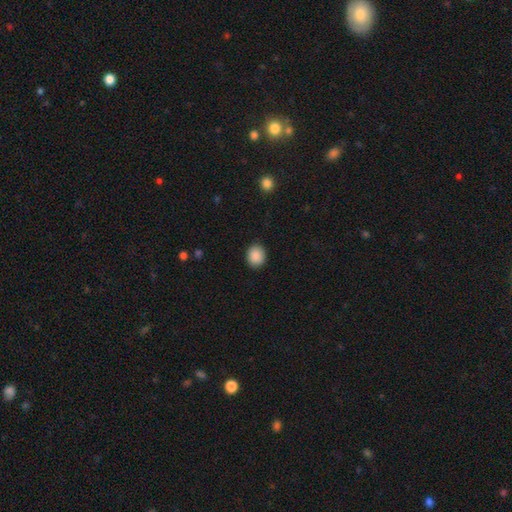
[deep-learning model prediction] Smooth or featured?
  - smooth: 89% *
  - star or artifact: 8%
  - featured or disk: 3%
How rounded?
  - round: 66% *
  - in between: 33%
  - cigar-shaped: 1%
Merging?
  - none: 89% *
  - minor disturbance: 8%
  - major disturbance: 2%
  - merger: 1%